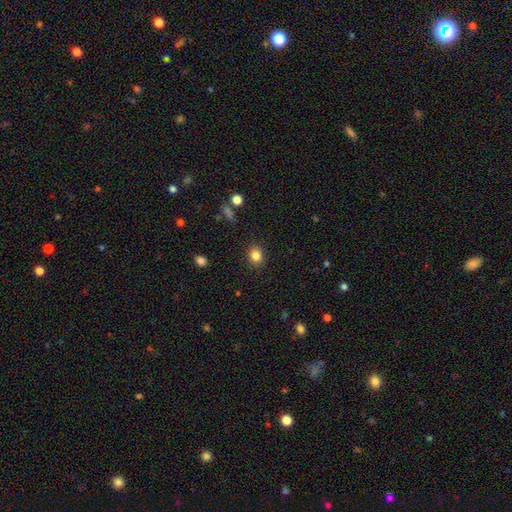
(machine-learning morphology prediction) Overall: smooth (84%). How rounded: round (67%; in between 32%). Merging: none (88%).